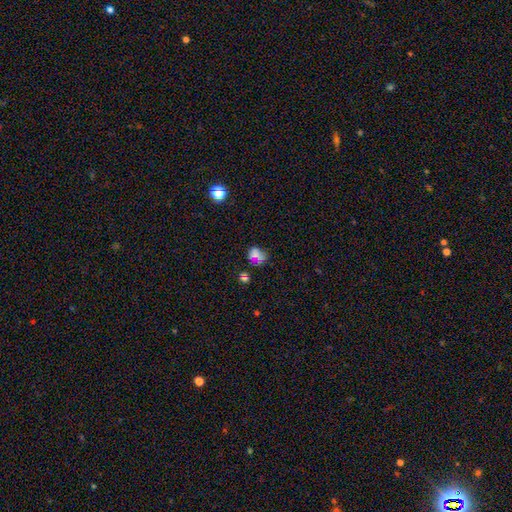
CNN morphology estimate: smooth-or-featured: smooth: 63% | star or artifact: 20% | featured or disk: 16%
  how-rounded: round: 51% | in between: 47% | cigar-shaped: 2%
  merging: none: 43% | minor disturbance: 22% | major disturbance: 17% | merger: 17%